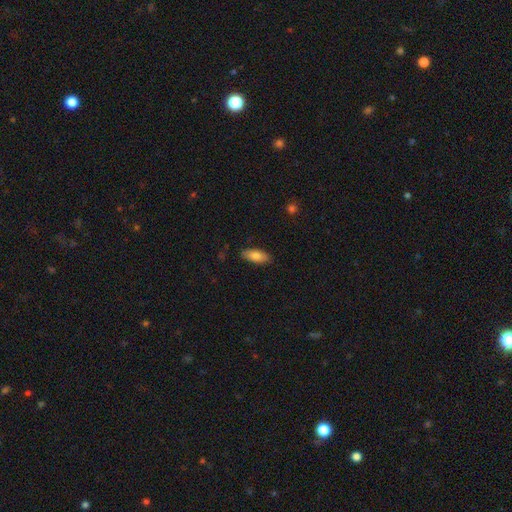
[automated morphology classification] A smooth galaxy with no disk features (81%) that is in between round and cigar-shaped (85%).

Vote fractions:
- Smooth or featured? smooth: 81% / featured or disk: 12% / star or artifact: 6%
- How rounded? in between: 85% / cigar-shaped: 13% / round: 2%
- Merging? none: 86% / minor disturbance: 11% / major disturbance: 2% / merger: 1%